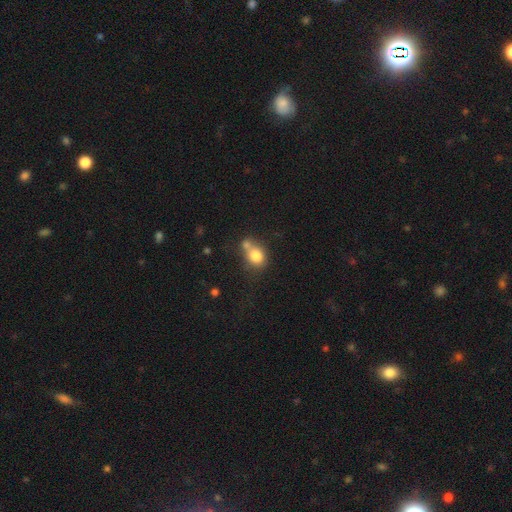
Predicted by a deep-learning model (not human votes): smooth 78%, featured or disk 12%, star or artifact 10%. Down the decision tree: how rounded — round (64%); merging — merger (45%).